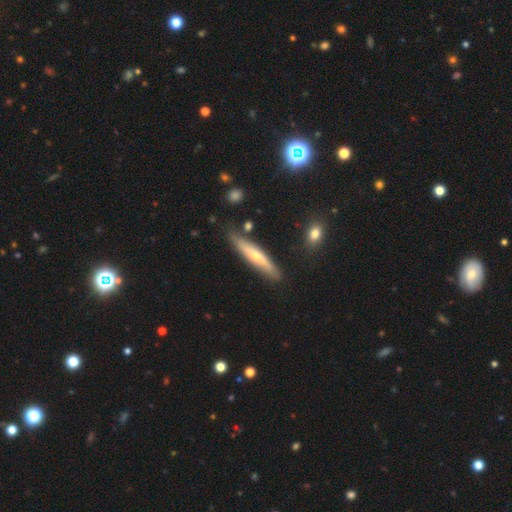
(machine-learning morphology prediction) smooth_or_featured: featured or disk (p=0.50) [alt: smooth p=0.44]
disk_edge_on: yes (p=0.83) [alt: no p=0.17]
merging: none (p=0.81) [alt: minor disturbance p=0.14]